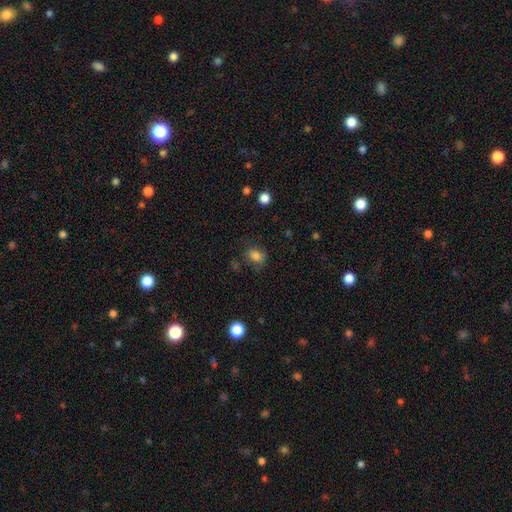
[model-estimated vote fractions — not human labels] This is clearly a smooth galaxy (81%). How rounded: possibly in between (52%). Merging: likely none (66%).